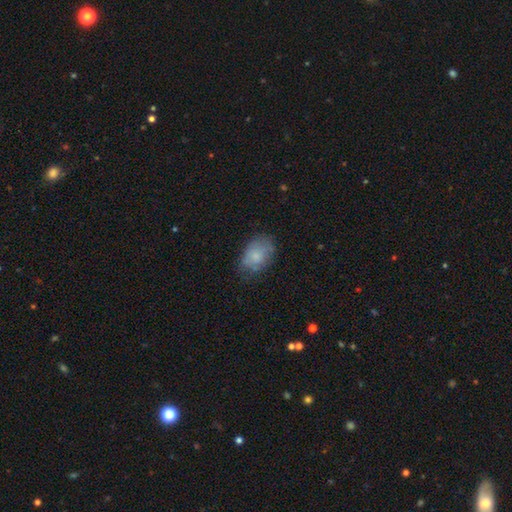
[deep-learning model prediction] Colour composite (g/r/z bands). It shows a smooth galaxy with no disk features (77%) that is in between round and cigar-shaped (82%). Merging: none (65%).